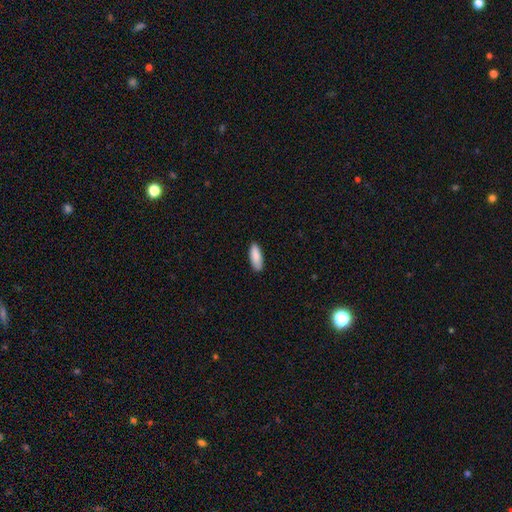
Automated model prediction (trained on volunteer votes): Smooth or featured: smooth — 89% (star or artifact — 6%)
How rounded: in between — 69% (cigar-shaped — 30%)
Merging: none — 87% (minor disturbance — 10%)